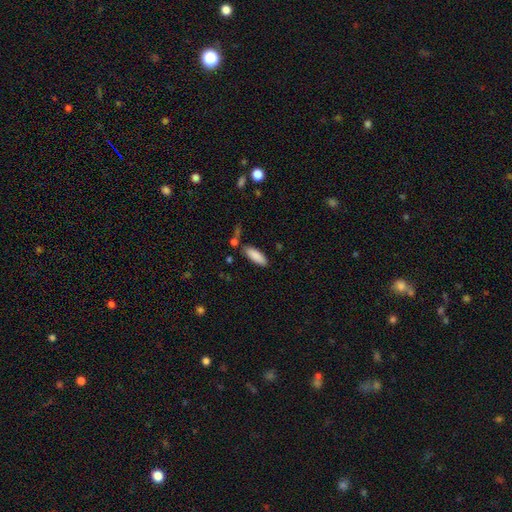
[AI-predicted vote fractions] This appears to be a smooth galaxy with no disk features (88%) that is in between round and cigar-shaped (70%). Merging: none (79%).